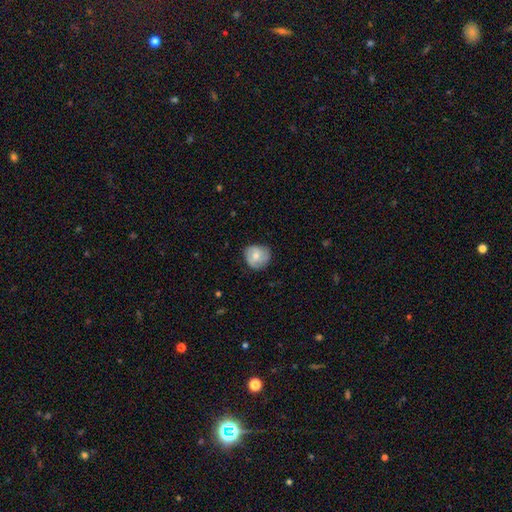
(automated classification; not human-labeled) Smooth or featured?
  - smooth: 64% *
  - featured or disk: 29%
  - star or artifact: 7%
How rounded?
  - round: 84% *
  - in between: 15%
  - cigar-shaped: 1%
Merging?
  - none: 69% *
  - minor disturbance: 25%
  - major disturbance: 5%
  - merger: 1%